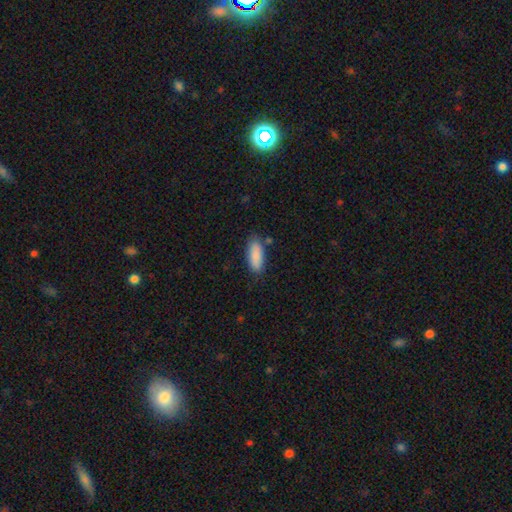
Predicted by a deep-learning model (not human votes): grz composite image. It shows a smooth galaxy with no disk features (89%) that is in between round and cigar-shaped (76%). Merging: none (78%).